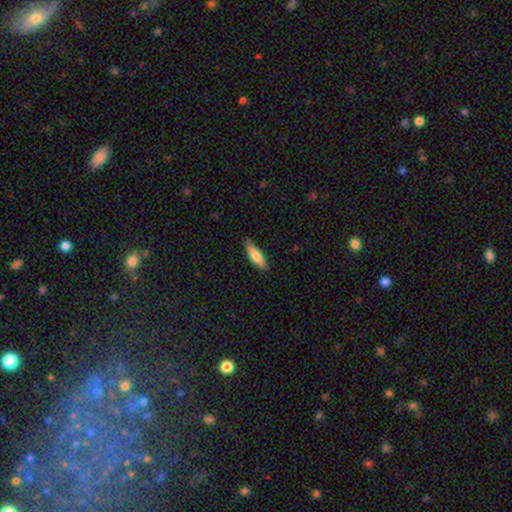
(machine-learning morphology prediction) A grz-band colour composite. It shows a smooth galaxy with no disk features (77%) that is cigar-shaped (49%, tied with in between). Merging: none (83%).